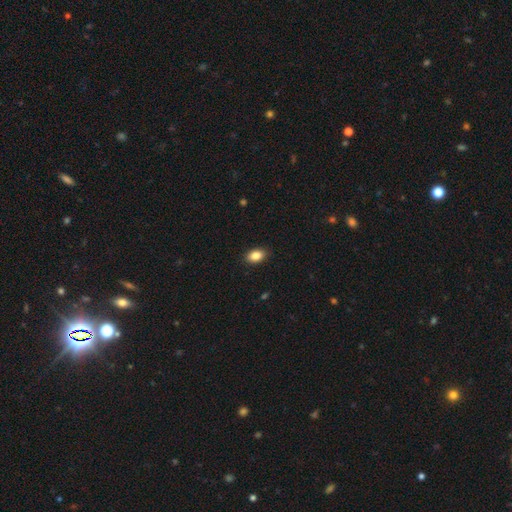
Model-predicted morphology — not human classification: smooth 86%, star or artifact 8%, featured or disk 5%. Down the decision tree: how rounded — in between (86%); merging — none (89%).